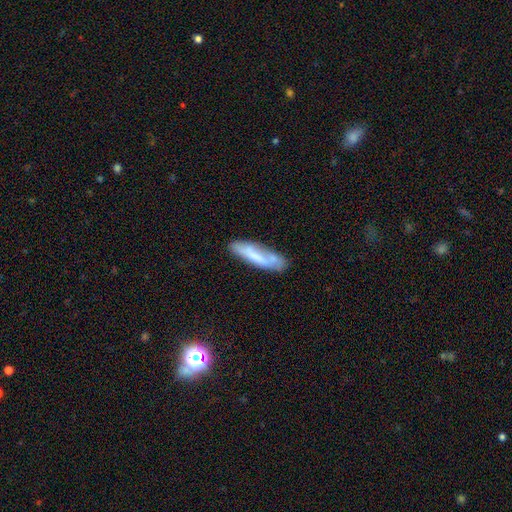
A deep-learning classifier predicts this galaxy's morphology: Smooth or featured?
  - smooth: 61% *
  - featured or disk: 31%
  - star or artifact: 8%
How rounded?
  - cigar-shaped: 71% *
  - in between: 28%
  - round: 2%
Merging?
  - none: 60% *
  - minor disturbance: 25%
  - major disturbance: 8%
  - merger: 8%